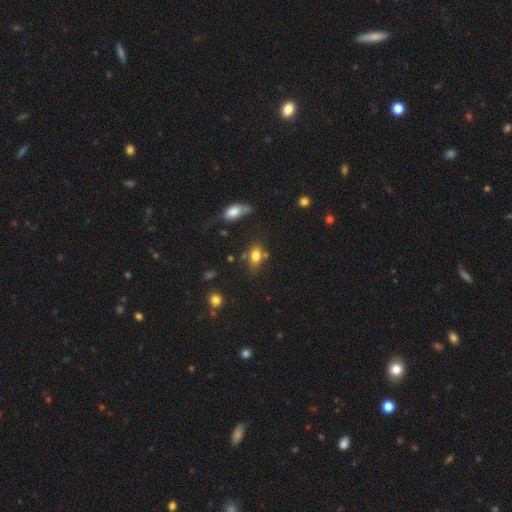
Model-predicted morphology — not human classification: Smooth or featured?
  - smooth: 77% *
  - featured or disk: 13%
  - star or artifact: 11%
How rounded?
  - in between: 82% *
  - round: 13%
  - cigar-shaped: 5%
Merging?
  - none: 59% *
  - minor disturbance: 20%
  - merger: 14%
  - major disturbance: 7%